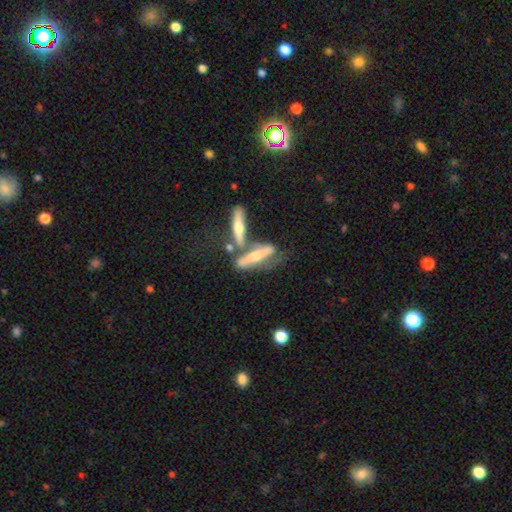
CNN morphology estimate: This is likely a featured or disk galaxy (62%). It is likely viewed edge-on (75%). Merging: marginally merger (42%).